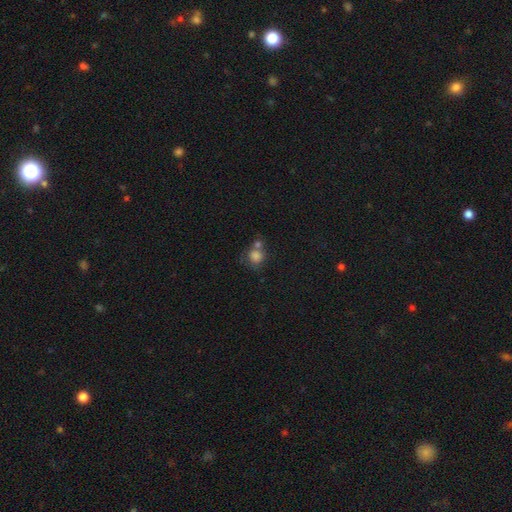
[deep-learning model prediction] smooth 80%, star or artifact 12%, featured or disk 9%. Down the decision tree: how rounded — round (83%); merging — none (45%).